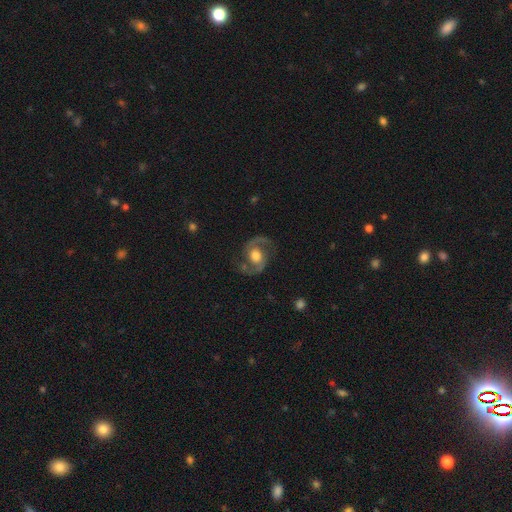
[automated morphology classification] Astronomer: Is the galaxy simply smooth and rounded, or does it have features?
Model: featured or disk — 86%.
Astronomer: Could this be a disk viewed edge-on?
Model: no — 98%.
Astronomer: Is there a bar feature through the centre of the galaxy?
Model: no — 63%.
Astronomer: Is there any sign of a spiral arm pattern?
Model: yes — 95%.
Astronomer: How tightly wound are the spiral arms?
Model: medium — 58%.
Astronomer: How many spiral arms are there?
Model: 2 — 93%.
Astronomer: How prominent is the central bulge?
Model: moderate — 55% (runner-up: large, 35%).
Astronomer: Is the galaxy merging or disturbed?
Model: none — 80%.